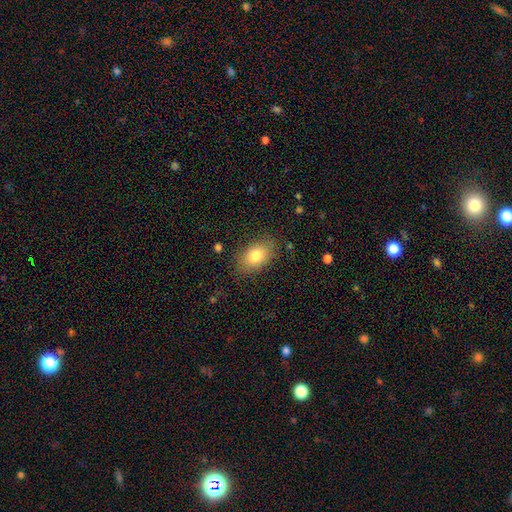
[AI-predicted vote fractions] This appears to be a smooth galaxy with no disk features (79%) that is in between round and cigar-shaped (87%). Merging: none (82%).